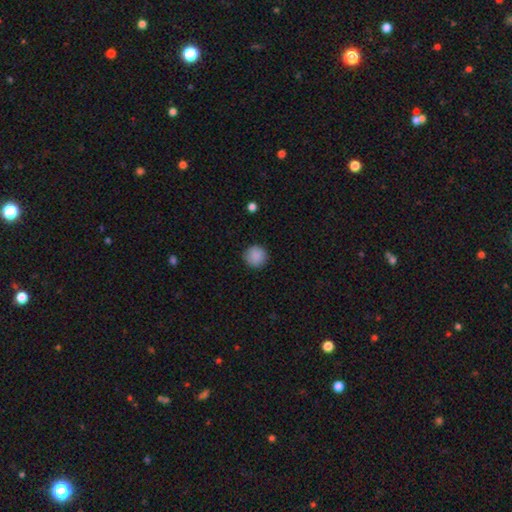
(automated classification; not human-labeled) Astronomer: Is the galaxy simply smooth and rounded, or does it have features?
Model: smooth — 89%.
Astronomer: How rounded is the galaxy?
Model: round — 94%.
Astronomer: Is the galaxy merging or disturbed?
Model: none — 90%.